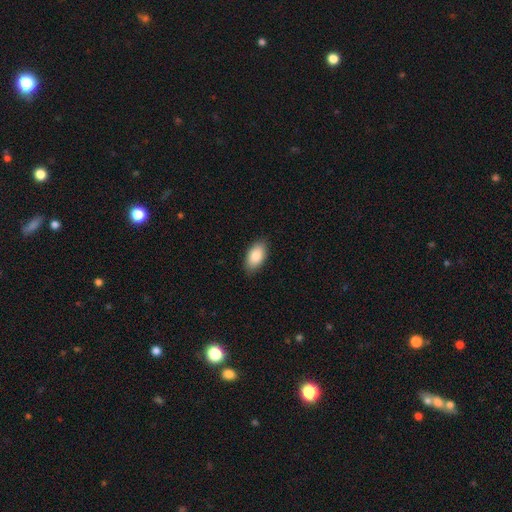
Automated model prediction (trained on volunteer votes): A smooth galaxy with no disk features (86%) that is in between round and cigar-shaped (94%). Merging: none (86%).